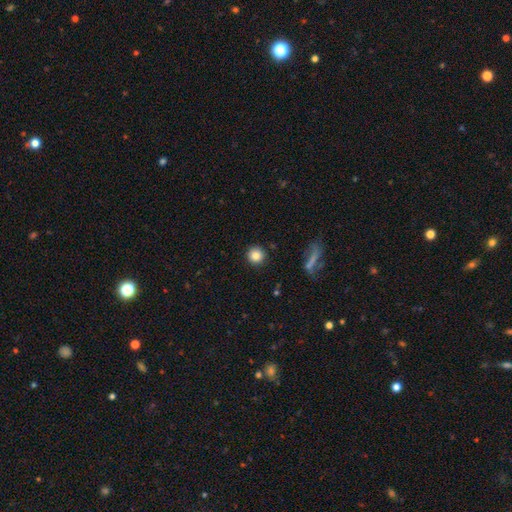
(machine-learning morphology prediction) Smooth or featured: smooth — 84% (star or artifact — 10%)
How rounded: round — 94% (in between — 5%)
Merging: none — 90% (minor disturbance — 6%)